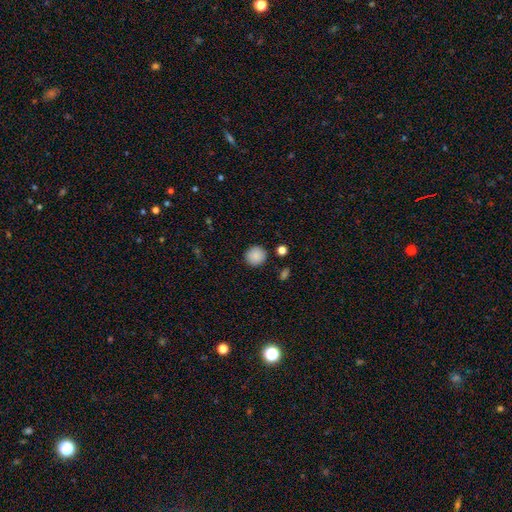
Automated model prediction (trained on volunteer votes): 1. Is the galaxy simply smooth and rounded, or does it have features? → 88% smooth, 8% star or artifact, 3% featured or disk.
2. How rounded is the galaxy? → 91% round, 8% in between, 1% cigar-shaped.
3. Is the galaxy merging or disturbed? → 89% none, 7% minor disturbance, 2% merger, 2% major disturbance.